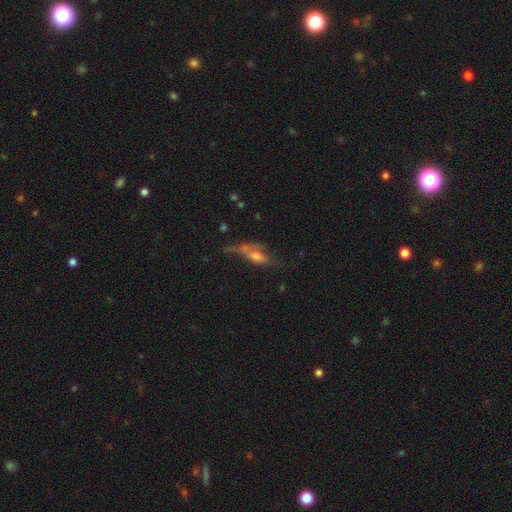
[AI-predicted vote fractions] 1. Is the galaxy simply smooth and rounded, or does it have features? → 45% featured or disk, 41% smooth, 14% star or artifact.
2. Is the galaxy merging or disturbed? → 38% major disturbance, 29% none, 23% minor disturbance, 11% merger.